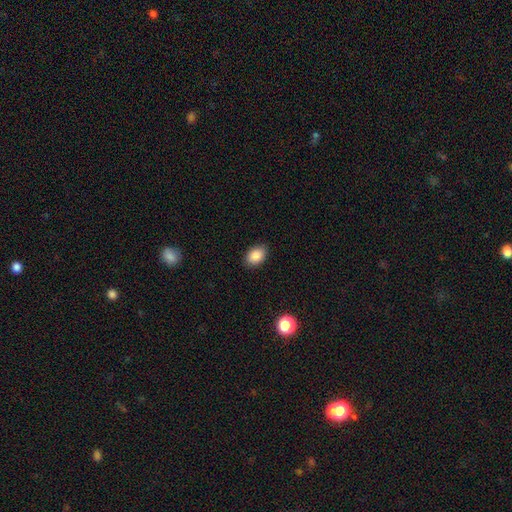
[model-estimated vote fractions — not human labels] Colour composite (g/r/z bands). It shows a smooth galaxy with no disk features (87%) that is in between round and cigar-shaped (82%). Merging: none (87%).